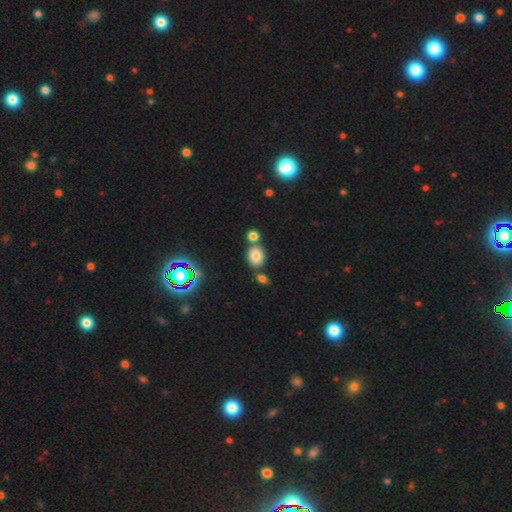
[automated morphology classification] A smooth galaxy with no disk features (78%) that is round (54%). Merging: none (60%).